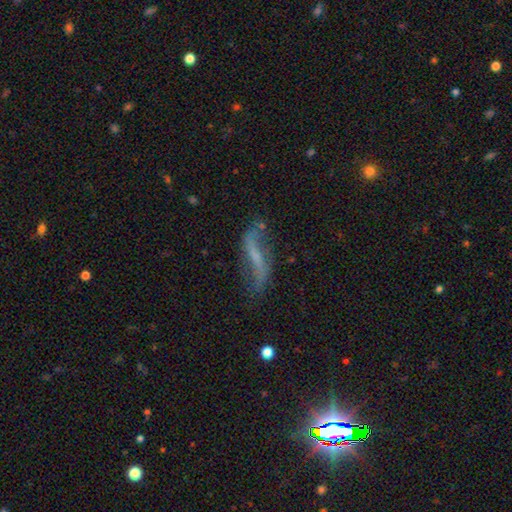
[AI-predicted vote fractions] Morphology: type=featured or disk (69%); edge-on=no (77%); bar=strong (38%); spiral arms=yes (83%); bulge=none (44%); merging=none (58%).